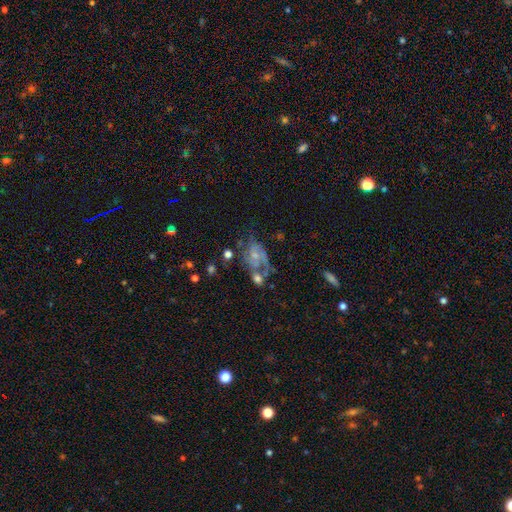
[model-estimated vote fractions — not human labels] featured or disk 72%, smooth 19%, star or artifact 9%. Down the decision tree: edge-on disk — no (97%); bar — no (68%); spiral arms — yes (79%); spiral arm count — 2 (45%); spiral winding — medium (44%); bulge size — small (48%); merging — major disturbance (30%).